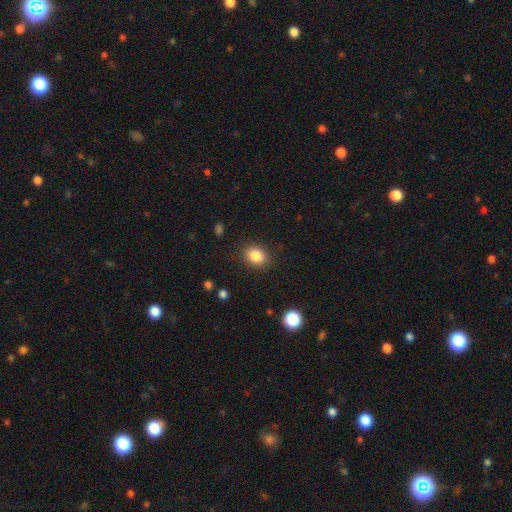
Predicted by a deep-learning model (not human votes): Smooth or featured? Predicted: smooth (p=0.85). How rounded? Predicted: round (p=0.52). Merging? Predicted: none (p=0.87).